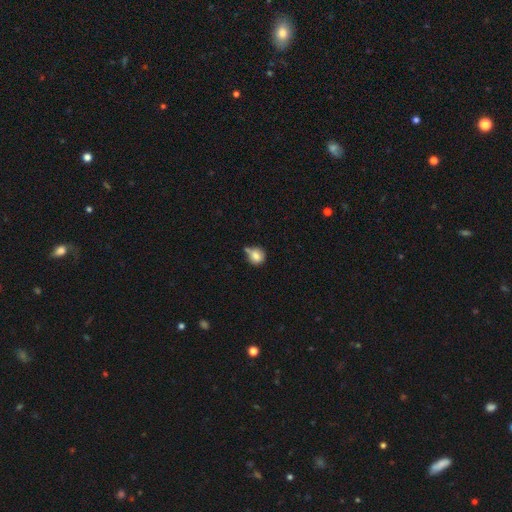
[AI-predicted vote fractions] Smooth or featured? Predicted: smooth (p=0.81). How rounded? Predicted: round (p=0.84). Merging? Predicted: none (p=0.53).